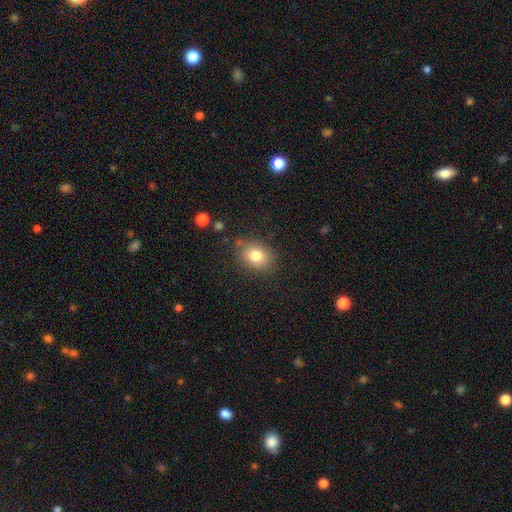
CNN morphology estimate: Smooth or featured: smooth — 80% (star or artifact — 10%)
How rounded: in between — 59% (round — 39%)
Merging: none — 81% (minor disturbance — 13%)